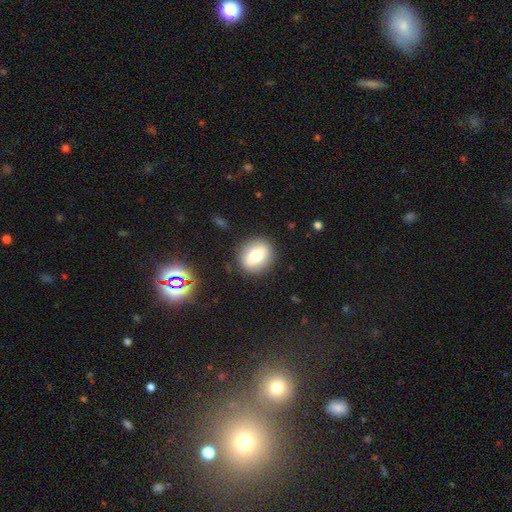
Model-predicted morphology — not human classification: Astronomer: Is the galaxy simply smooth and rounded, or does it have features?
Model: smooth — 70%.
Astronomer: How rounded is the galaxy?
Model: round — 63%.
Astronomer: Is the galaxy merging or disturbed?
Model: none — 87%.